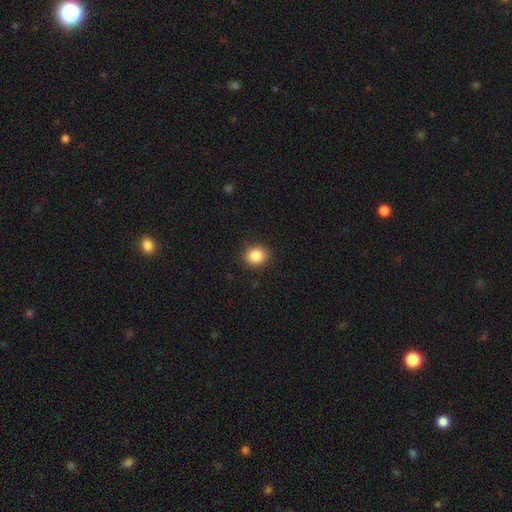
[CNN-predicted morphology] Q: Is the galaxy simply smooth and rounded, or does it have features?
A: smooth — 86%.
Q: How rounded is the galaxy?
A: round — 72%.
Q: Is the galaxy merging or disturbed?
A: none — 89%.